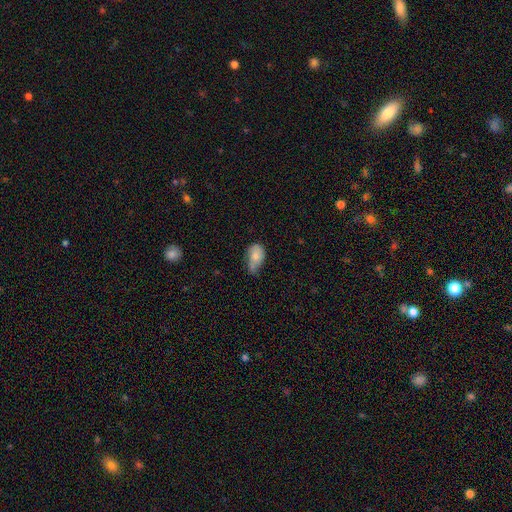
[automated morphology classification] Smooth or featured? Predicted: smooth (p=0.72). How rounded? Predicted: in between (p=0.88). Merging? Predicted: minor disturbance (p=0.46).